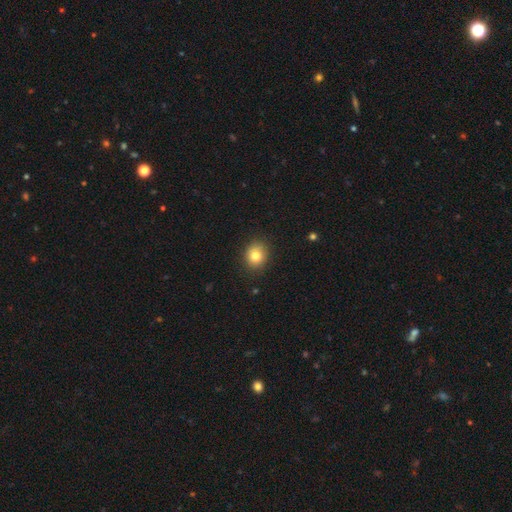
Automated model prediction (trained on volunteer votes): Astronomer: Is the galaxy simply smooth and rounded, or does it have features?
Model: smooth — 81%.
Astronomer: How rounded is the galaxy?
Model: round — 71%.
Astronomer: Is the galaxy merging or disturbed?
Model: none — 88%.